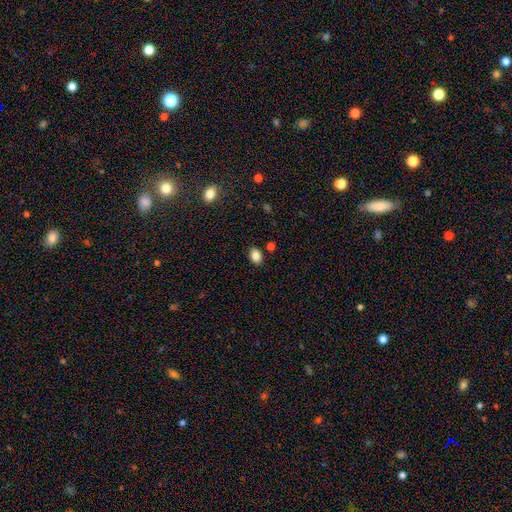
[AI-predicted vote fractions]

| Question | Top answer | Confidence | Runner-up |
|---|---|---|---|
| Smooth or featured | smooth | 85% | star or artifact (10%) |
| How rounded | in between | 78% | round (21%) |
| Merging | none | 85% | minor disturbance (9%) |